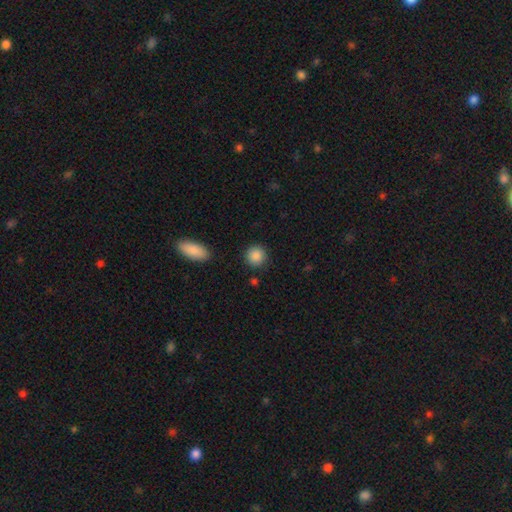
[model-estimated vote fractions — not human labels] This is clearly a smooth galaxy (88%). How rounded: clearly round (89%). Merging: clearly none (87%).